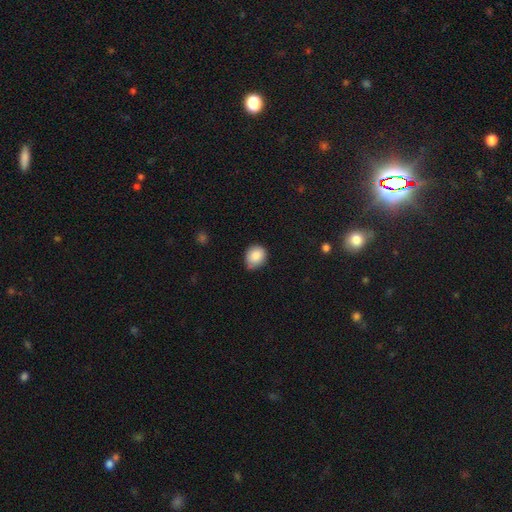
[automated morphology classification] smooth 85%, star or artifact 8%, featured or disk 6%. Down the decision tree: how rounded — round (66%); merging — none (64%).